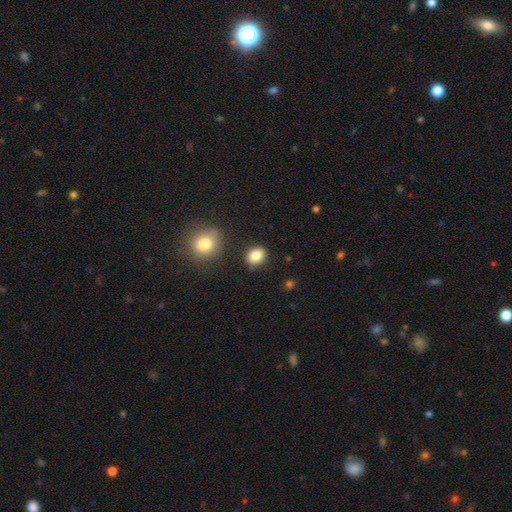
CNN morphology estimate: Smooth or featured: smooth — 85% (star or artifact — 9%)
How rounded: round — 52% (in between — 47%)
Merging: none — 84% (minor disturbance — 10%)